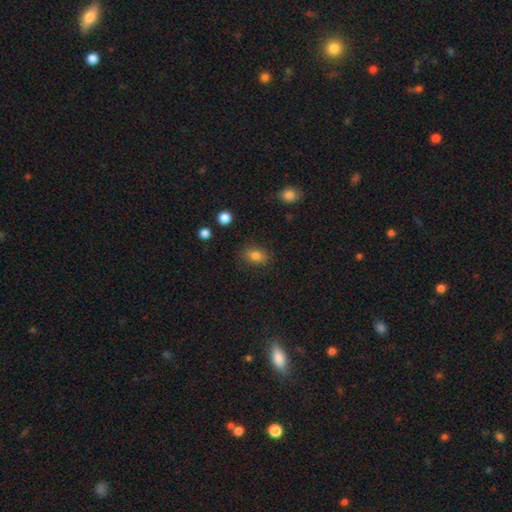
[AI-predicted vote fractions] A smooth galaxy with no disk features (81%) that is in between round and cigar-shaped (74%).

Vote fractions:
- Smooth or featured? smooth: 81% / star or artifact: 11% / featured or disk: 9%
- How rounded? in between: 74% / round: 24% / cigar-shaped: 2%
- Merging? none: 84% / minor disturbance: 12% / major disturbance: 3% / merger: 2%